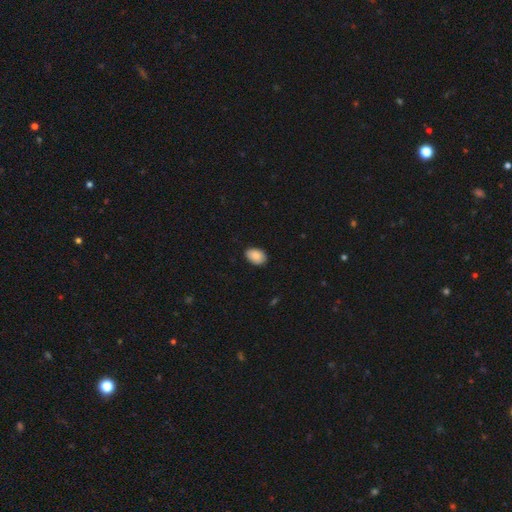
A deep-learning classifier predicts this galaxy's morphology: Smooth or featured? smooth (88%)
How rounded? in between (87%)
Merging? none (86%)